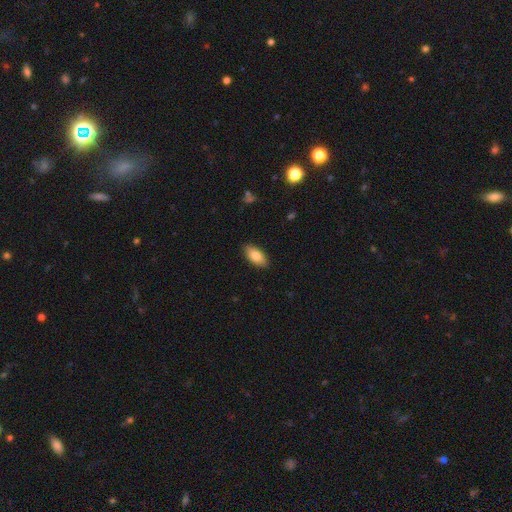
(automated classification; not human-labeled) Overall: smooth (82%). How rounded: in between (91%). Merging: none (89%).